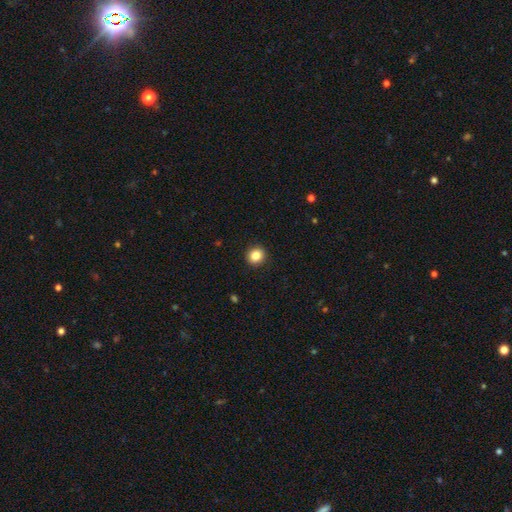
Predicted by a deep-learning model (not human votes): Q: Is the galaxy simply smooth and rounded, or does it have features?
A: smooth — 85%.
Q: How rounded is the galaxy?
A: round — 87%.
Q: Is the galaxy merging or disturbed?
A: none — 92%.